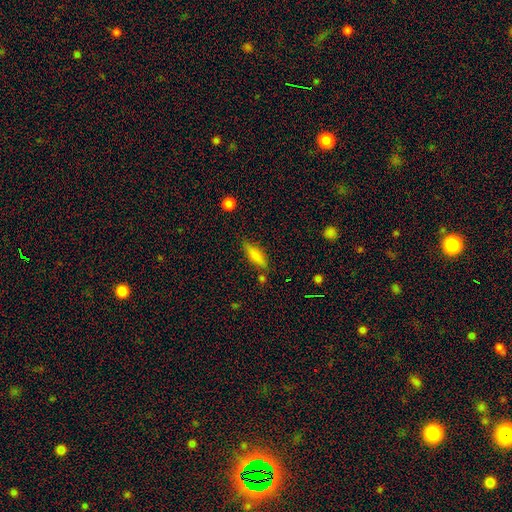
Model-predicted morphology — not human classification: smooth 76%, featured or disk 15%, star or artifact 8%. Down the decision tree: how rounded — cigar-shaped (56%); merging — none (70%).